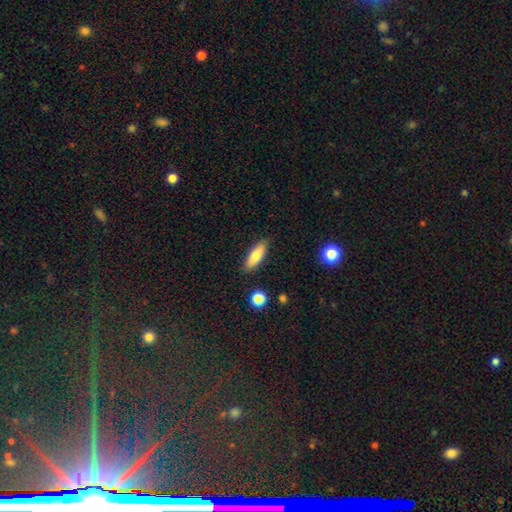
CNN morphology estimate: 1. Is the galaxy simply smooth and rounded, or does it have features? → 77% smooth, 16% featured or disk, 7% star or artifact.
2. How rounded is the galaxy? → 52% in between, 45% cigar-shaped, 2% round.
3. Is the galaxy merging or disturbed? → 88% none, 9% minor disturbance, 2% major disturbance, 2% merger.